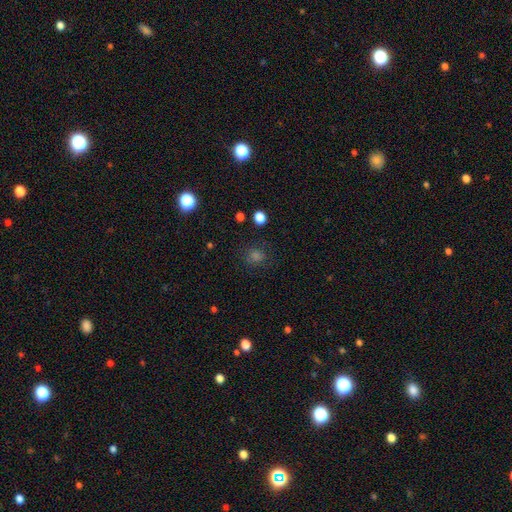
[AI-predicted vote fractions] smooth_or_featured: smooth (p=0.61) [alt: star or artifact p=0.31]
how_rounded: round (p=0.85) [alt: in between p=0.14]
merging: none (p=0.83) [alt: minor disturbance p=0.10]